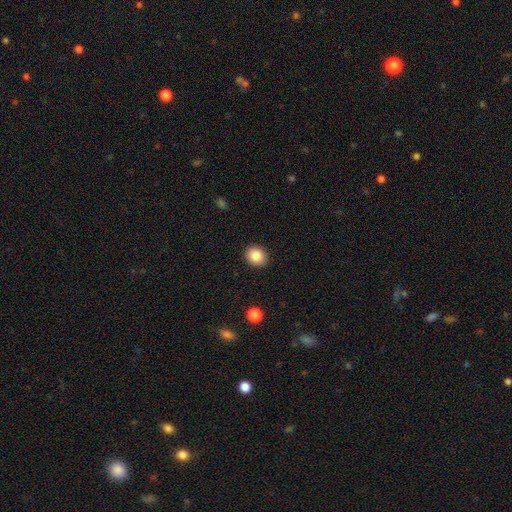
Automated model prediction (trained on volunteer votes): This is clearly a smooth galaxy (85%). How rounded: likely round (69%). Merging: clearly none (91%).